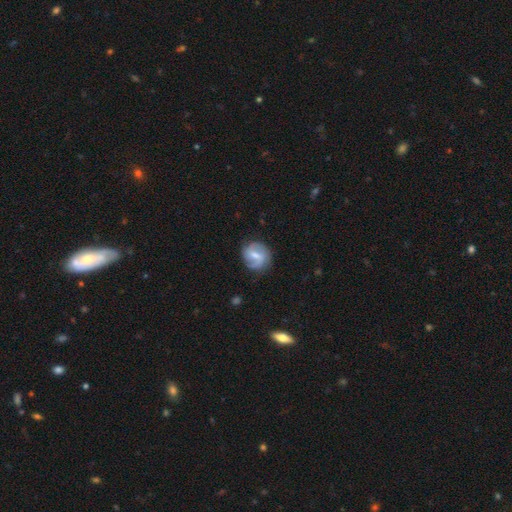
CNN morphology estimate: Smooth or featured: featured or disk — 62% (smooth — 31%)
Edge-on disk: no — 97% (yes — 3%)
Bar: weak — 54% (strong — 28%)
Spiral arms: yes — 85% (no — 15%)
Spiral winding: medium — 42% (tight — 29%)
Spiral arm count: 2 — 72% (can't tell — 13%)
Bulge size: moderate — 51% (small — 35%)
Merging: none — 74% (minor disturbance — 18%)